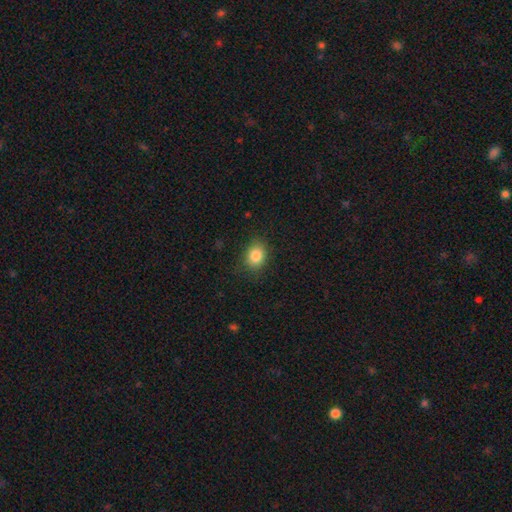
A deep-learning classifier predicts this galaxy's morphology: Smooth or featured? Predicted: smooth (p=0.85). How rounded? Predicted: round (p=0.50). Merging? Predicted: none (p=0.81).